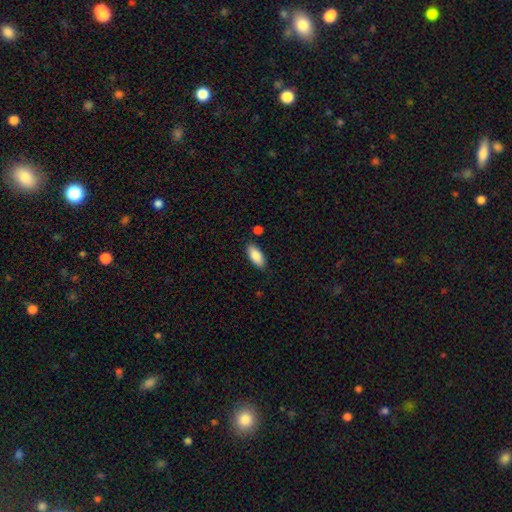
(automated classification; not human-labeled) A smooth galaxy with no disk features (87%) that is in between round and cigar-shaped (88%). Merging: none (83%).